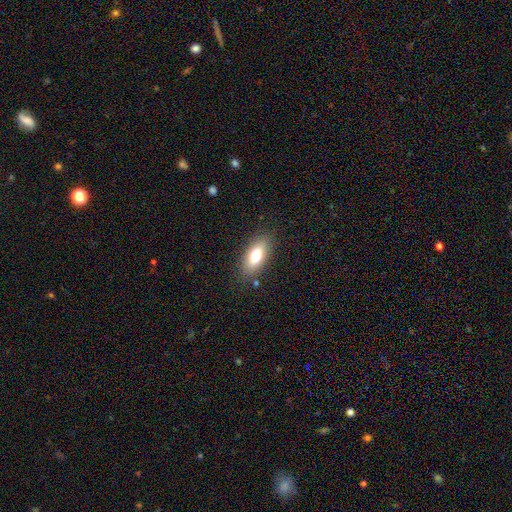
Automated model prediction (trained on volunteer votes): Smooth or featured? Predicted: smooth (p=0.74). How rounded? Predicted: in between (p=0.83). Merging? Predicted: none (p=0.84).